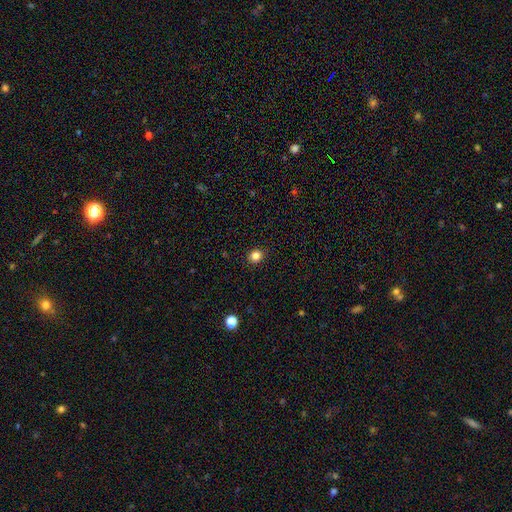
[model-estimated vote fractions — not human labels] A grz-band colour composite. It shows a smooth galaxy with no disk features (83%) that is round (77%). Merging: none (91%).